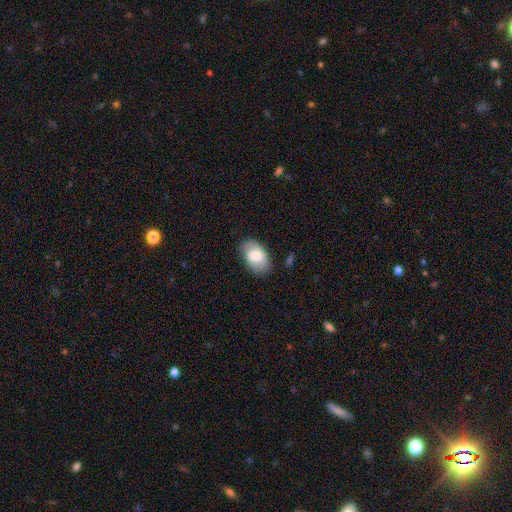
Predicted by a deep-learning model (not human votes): A smooth galaxy with no disk features (70%) that is in between round and cigar-shaped (93%).

Vote fractions:
- Smooth or featured? smooth: 70% / featured or disk: 23% / star or artifact: 7%
- How rounded? in between: 93% / round: 6% / cigar-shaped: 1%
- Merging? none: 75% / minor disturbance: 19% / major disturbance: 5% / merger: 2%